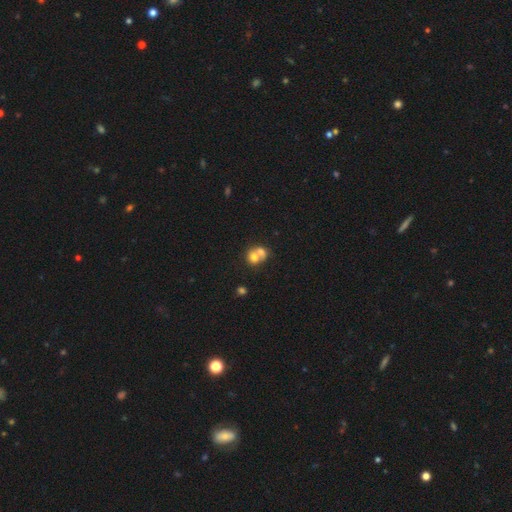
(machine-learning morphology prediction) Smooth or featured? Predicted: smooth (p=0.70). How rounded? Predicted: round (p=0.66). Merging? Predicted: merger (p=0.68).